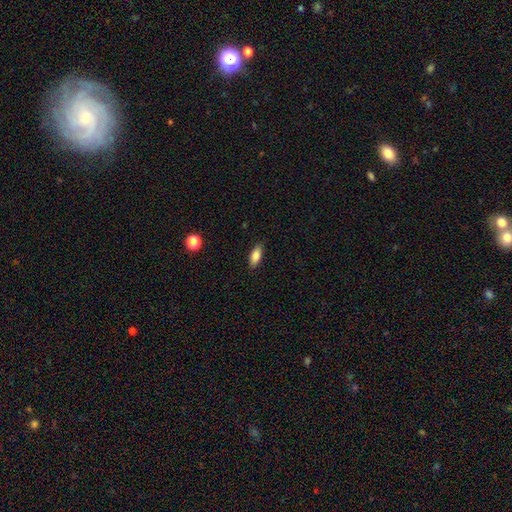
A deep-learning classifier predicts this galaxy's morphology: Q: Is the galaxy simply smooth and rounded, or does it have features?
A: smooth — 83%.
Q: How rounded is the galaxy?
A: in between — 81%.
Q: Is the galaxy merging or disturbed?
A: none — 87%.